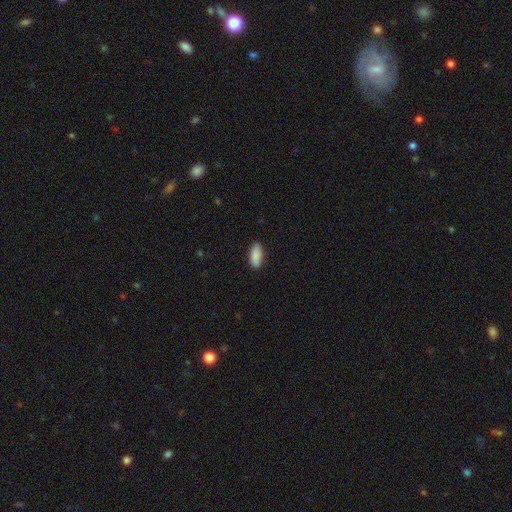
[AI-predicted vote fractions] A smooth galaxy with no disk features (90%) that is in between round and cigar-shaped (88%). Merging: none (87%).